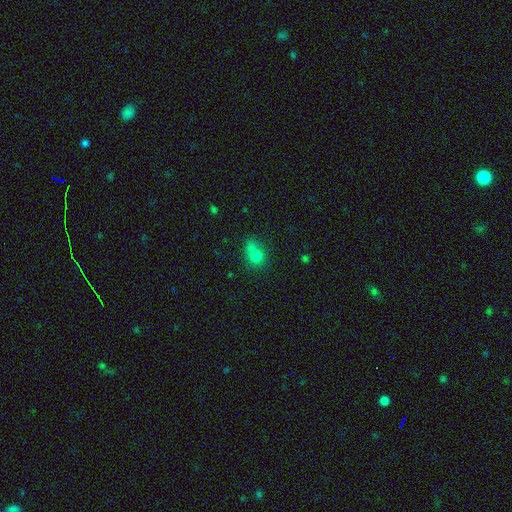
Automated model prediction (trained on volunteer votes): Morphology: type=smooth (75%); roundness=round (68%); merging=merger (44%).